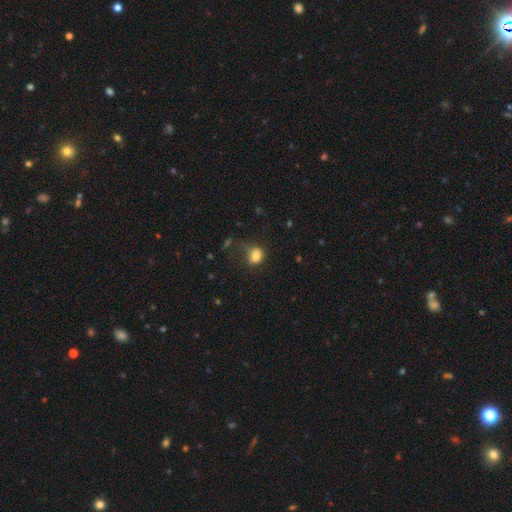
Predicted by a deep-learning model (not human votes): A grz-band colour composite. It shows a smooth galaxy with no disk features (79%) that is in between round and cigar-shaped (57%). Merging: none (46%).